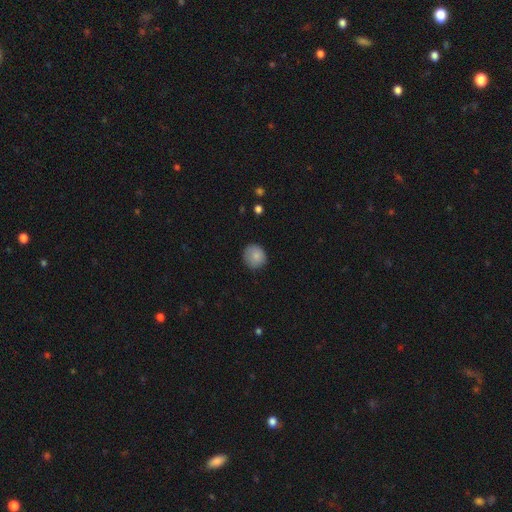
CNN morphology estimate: The model was most divided on "merging": none: 81%, minor disturbance: 15%, major disturbance: 3%, merger: 1%. More confident: how rounded — round (86%); smooth or featured — smooth (85%).